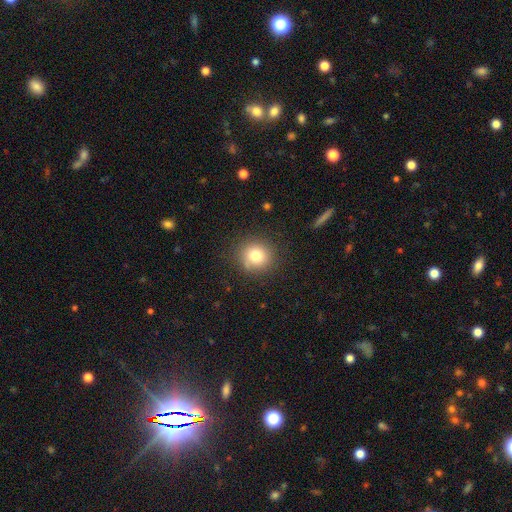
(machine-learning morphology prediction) Q: Smooth or featured?
A: smooth (78%); runner-up: star or artifact (12%)
Q: How rounded?
A: round (89%); runner-up: in between (10%)
Q: Merging?
A: none (83%); runner-up: minor disturbance (11%)